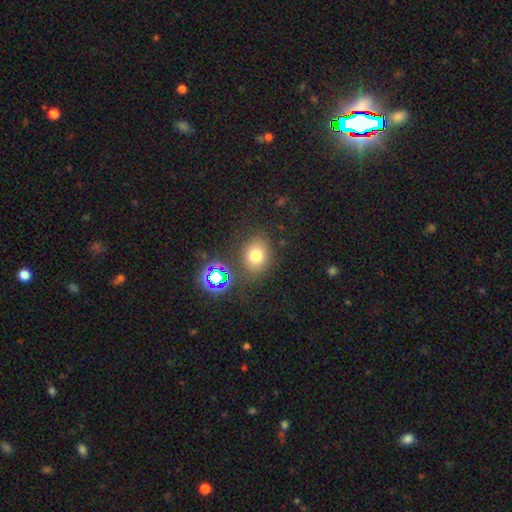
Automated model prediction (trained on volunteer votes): This is likely a smooth galaxy (71%). How rounded: likely round (60%). Merging: likely none (78%).